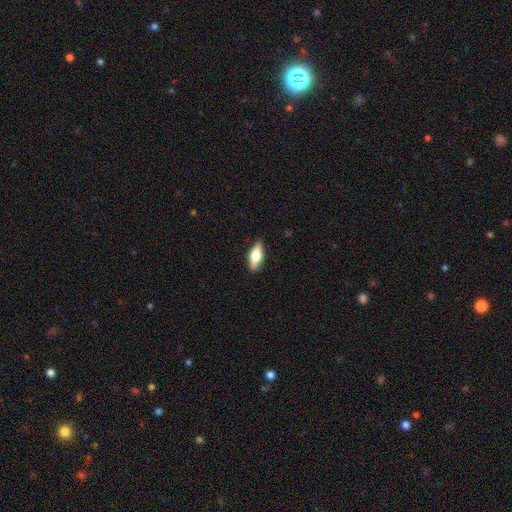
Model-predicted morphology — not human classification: A smooth galaxy with no disk features (54%) that is in between round and cigar-shaped (65%).

Vote fractions:
- Smooth or featured? smooth: 54% / featured or disk: 39% / star or artifact: 7%
- How rounded? in between: 65% / cigar-shaped: 32% / round: 3%
- Merging? none: 86% / minor disturbance: 11% / major disturbance: 2% / merger: 1%